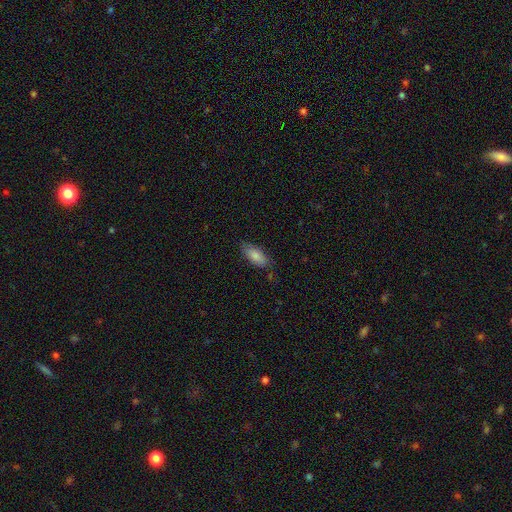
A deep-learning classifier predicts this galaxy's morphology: Q: Smooth or featured?
A: smooth (82%); runner-up: featured or disk (12%)
Q: How rounded?
A: in between (83%); runner-up: cigar-shaped (15%)
Q: Merging?
A: none (76%); runner-up: minor disturbance (19%)